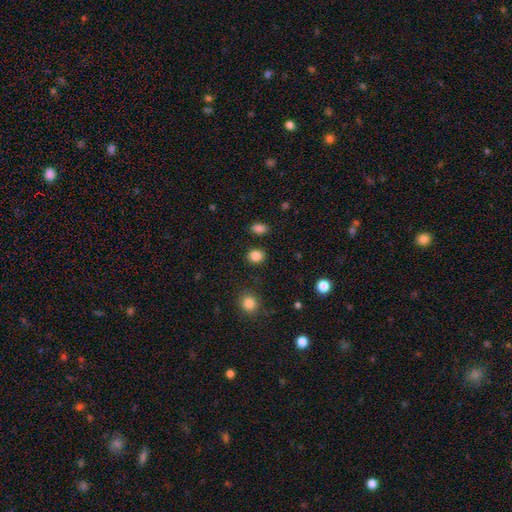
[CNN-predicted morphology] Smooth or featured? smooth (86%)
How rounded? round (61%)
Merging? none (86%)